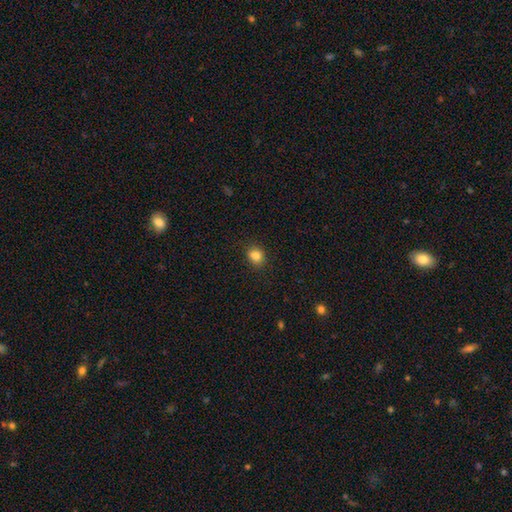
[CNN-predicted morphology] This is clearly a smooth galaxy (84%). How rounded: likely round (63%). Merging: clearly none (85%).